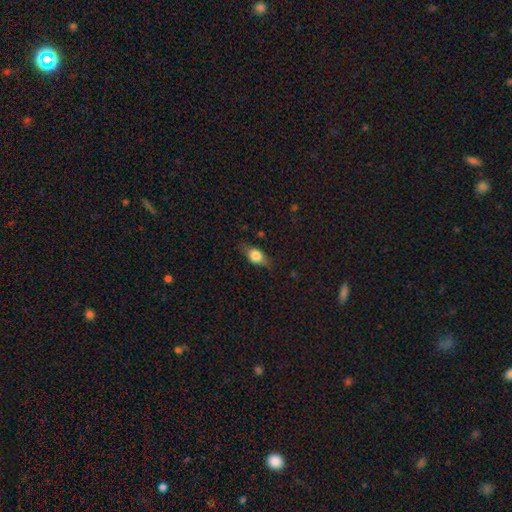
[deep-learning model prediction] Smooth or featured? smooth (71%)
How rounded? in between (76%)
Merging? none (75%)